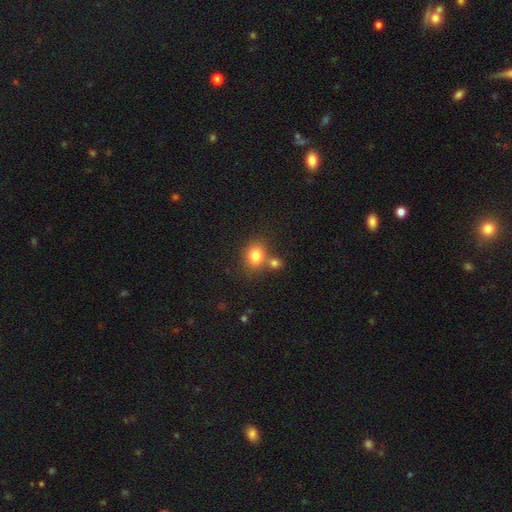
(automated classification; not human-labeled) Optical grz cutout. It shows a smooth galaxy with no disk features (81%) that is round (60%). Merging: none (59%).